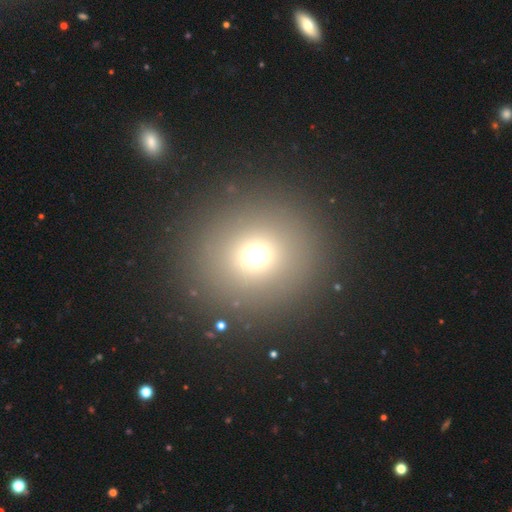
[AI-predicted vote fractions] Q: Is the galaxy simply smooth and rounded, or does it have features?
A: smooth — 68%.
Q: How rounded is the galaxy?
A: round — 91%.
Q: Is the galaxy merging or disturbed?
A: none — 88%.